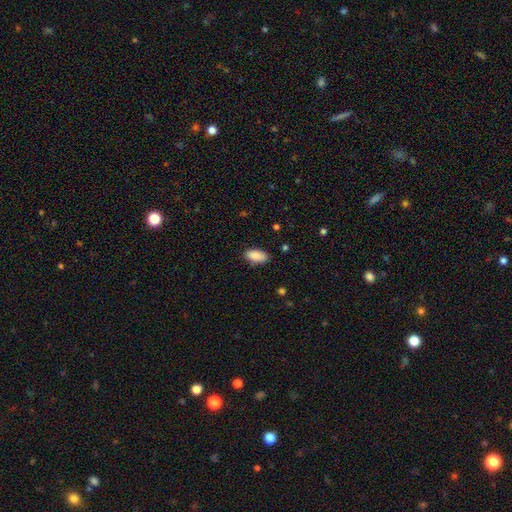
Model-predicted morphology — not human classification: This appears to be a smooth galaxy with no disk features (89%) that is in between round and cigar-shaped (91%). Merging: none (83%).